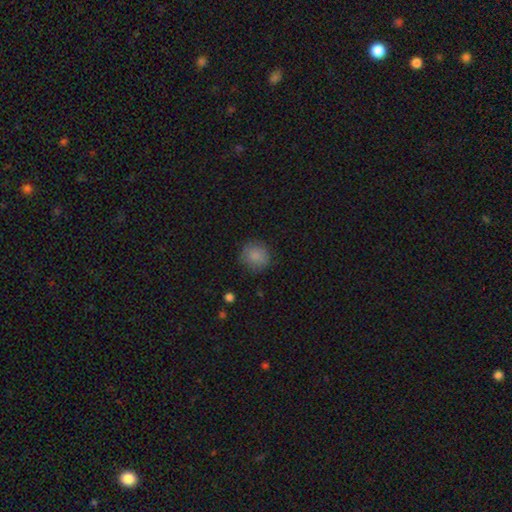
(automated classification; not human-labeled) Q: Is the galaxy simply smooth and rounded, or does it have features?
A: smooth — 85%.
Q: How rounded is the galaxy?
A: round — 90%.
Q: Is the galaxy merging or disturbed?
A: none — 81%.